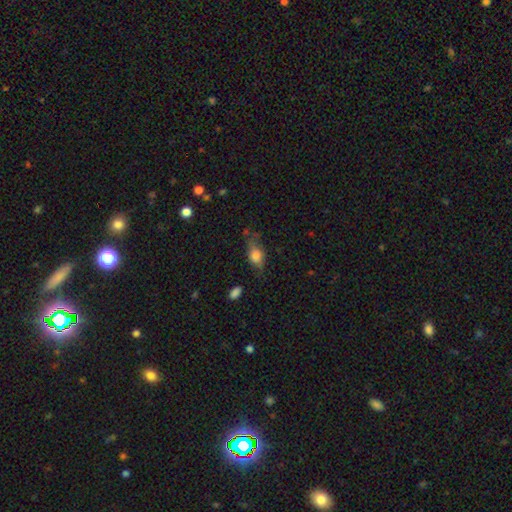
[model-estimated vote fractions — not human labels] Smooth or featured? smooth (68%)
How rounded? in between (76%)
Merging? none (52%)